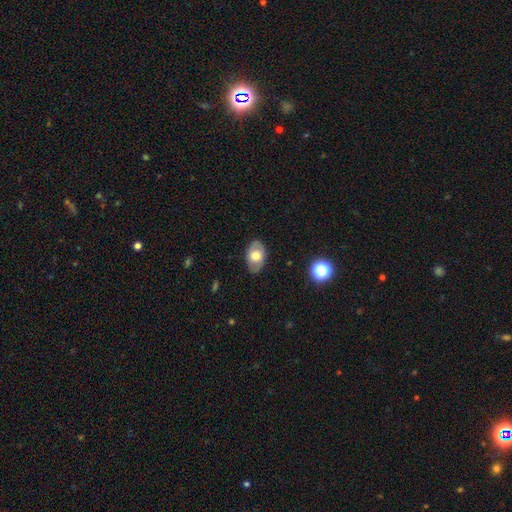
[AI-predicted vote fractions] A smooth galaxy with no disk features (59%) that is in between round and cigar-shaped (86%). Merging: none (82%).